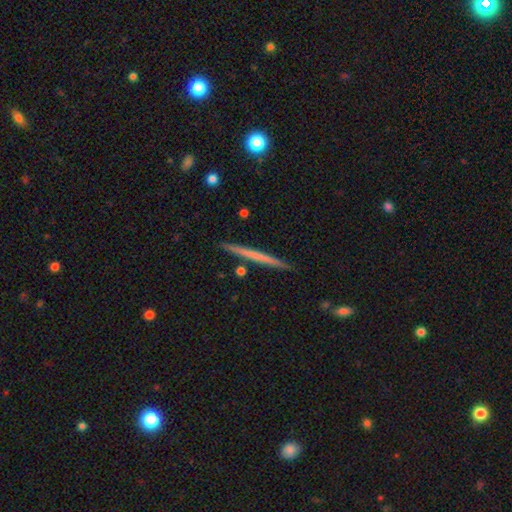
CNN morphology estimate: Smooth or featured?
  - smooth: 49% *
  - featured or disk: 45%
  - star or artifact: 5%
Merging?
  - none: 91% *
  - minor disturbance: 6%
  - merger: 2%
  - major disturbance: 1%